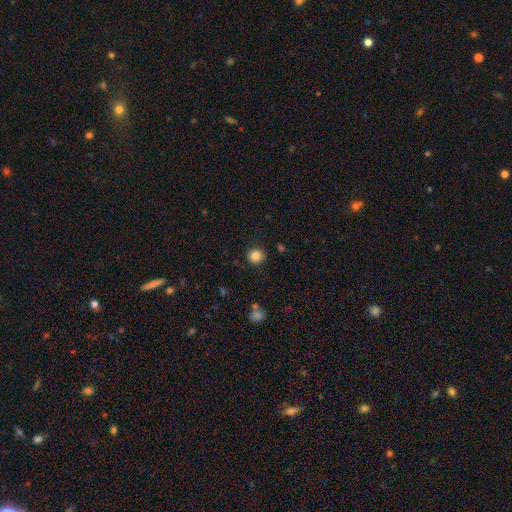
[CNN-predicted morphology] smooth_or_featured: smooth (p=0.83) [alt: star or artifact p=0.11]
how_rounded: round (p=0.92) [alt: in between p=0.07]
merging: none (p=0.90) [alt: minor disturbance p=0.06]